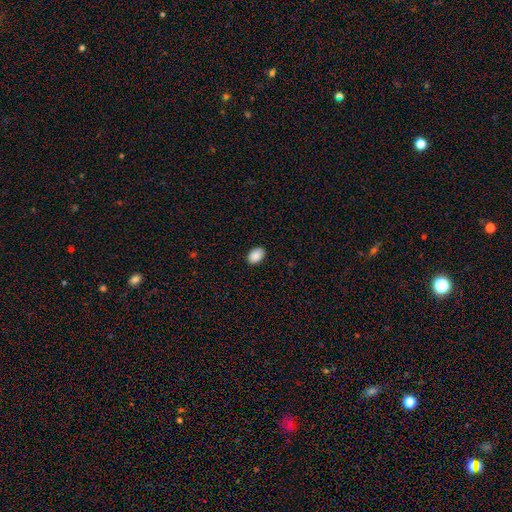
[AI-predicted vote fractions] A smooth galaxy with no disk features (90%) that is in between round and cigar-shaped (85%). Merging: none (90%).